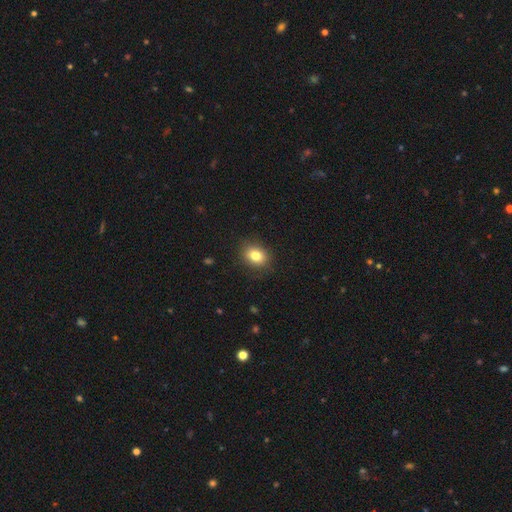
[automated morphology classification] Smooth or featured?
  - smooth: 82% *
  - star or artifact: 10%
  - featured or disk: 8%
How rounded?
  - in between: 50% *
  - round: 49%
  - cigar-shaped: 1%
Merging?
  - none: 87% *
  - minor disturbance: 10%
  - major disturbance: 3%
  - merger: 1%